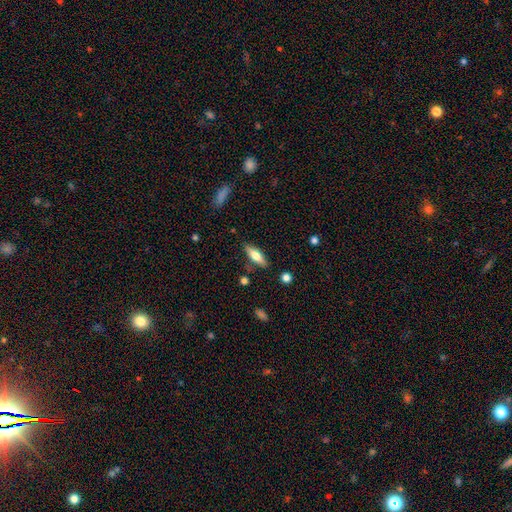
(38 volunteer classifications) Smooth or featured: smooth — 71% (featured or disk — 29%)
How rounded: cigar-shaped — 63% (in between — 37%)
Merging: none — 71% (minor disturbance — 18%)